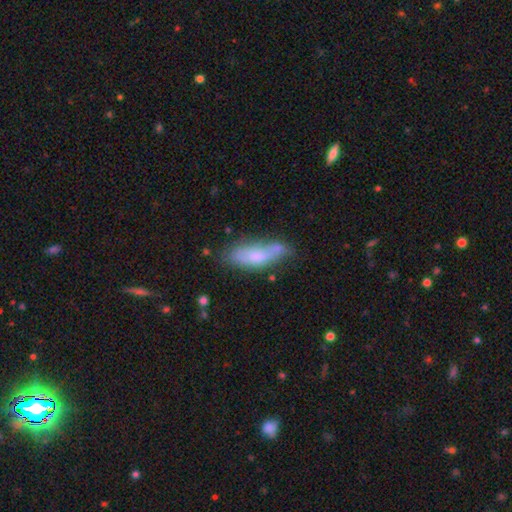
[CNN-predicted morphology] smooth 69%, featured or disk 24%, star or artifact 7%. Down the decision tree: how rounded — in between (60%); merging — none (48%).